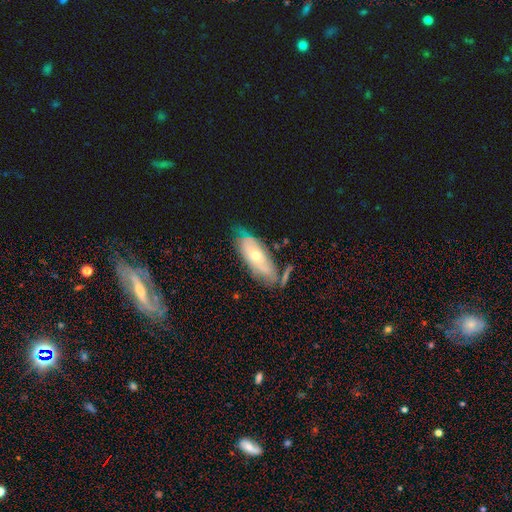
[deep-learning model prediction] Overall: featured or disk (50%; smooth 43%). Edge-on disk: no (77%). Merging: none (62%; minor disturbance 23%).